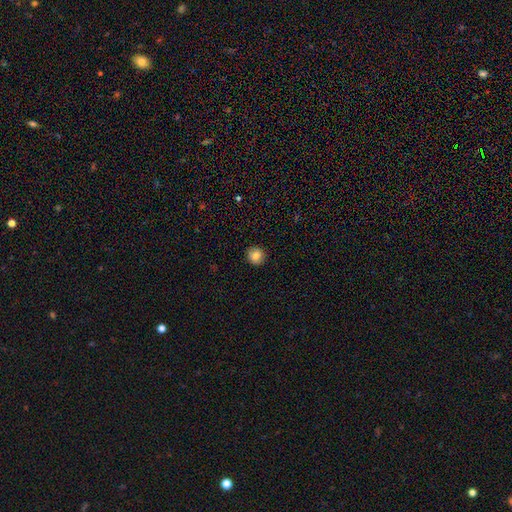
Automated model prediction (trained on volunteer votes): A smooth galaxy with no disk features (83%) that is round (92%). Merging: none (91%).